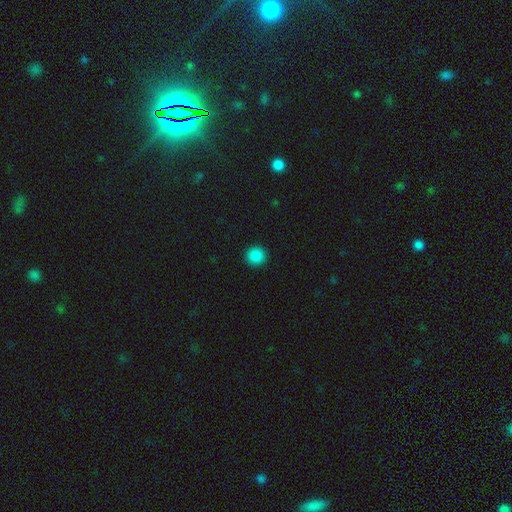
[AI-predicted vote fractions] A smooth galaxy with no disk features (87%) that is round (94%). Merging: none (93%).